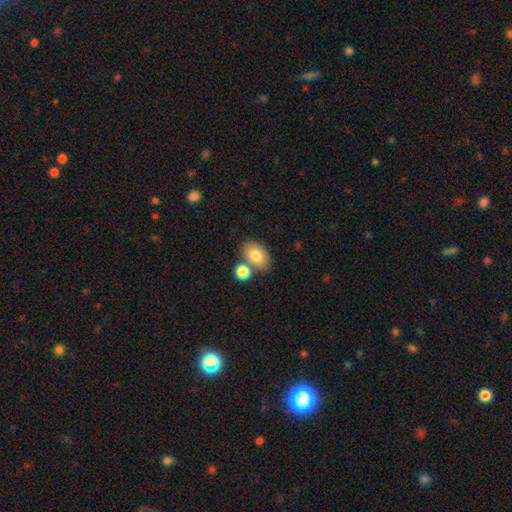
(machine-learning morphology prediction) Smooth or featured: smooth — 80% (featured or disk — 12%)
How rounded: in between — 82% (round — 16%)
Merging: none — 63% (merger — 23%)